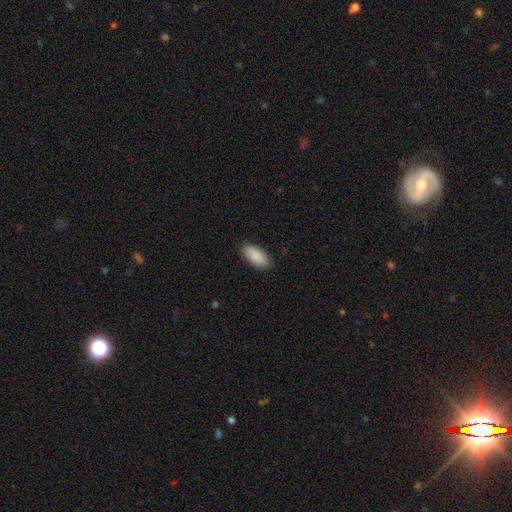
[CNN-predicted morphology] Overall: smooth (91%). How rounded: in between (88%). Merging: none (89%).